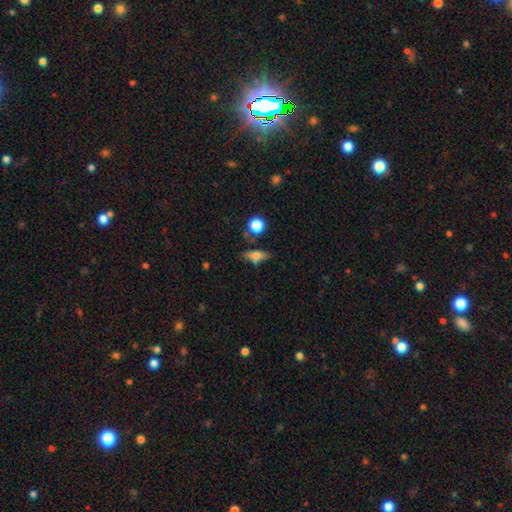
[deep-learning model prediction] smooth_or_featured: smooth (p=0.62) [alt: featured or disk p=0.27]
how_rounded: in between (p=0.59) [alt: cigar-shaped p=0.29]
merging: none (p=0.62) [alt: minor disturbance p=0.22]